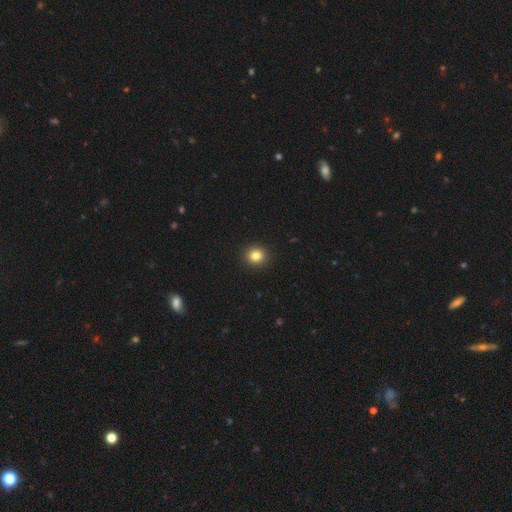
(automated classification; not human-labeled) The model was most divided on "smooth or featured": smooth: 83%, star or artifact: 11%, featured or disk: 6%. More confident: merging — none (93%); how rounded — round (89%).